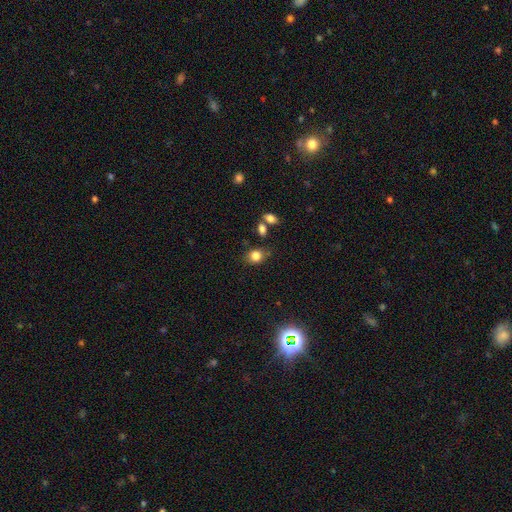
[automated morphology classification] A smooth galaxy with no disk features (82%) that is round (57%). Merging: none (69%).